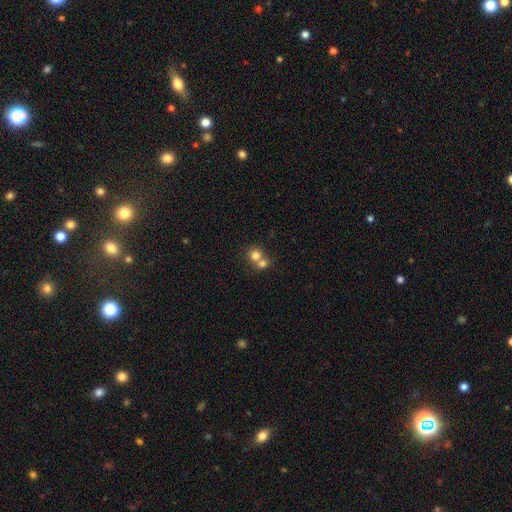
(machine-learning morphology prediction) smooth_or_featured: smooth (p=0.76) [alt: featured or disk p=0.13]
how_rounded: round (p=0.82) [alt: in between p=0.17]
merging: merger (p=0.60) [alt: none p=0.33]